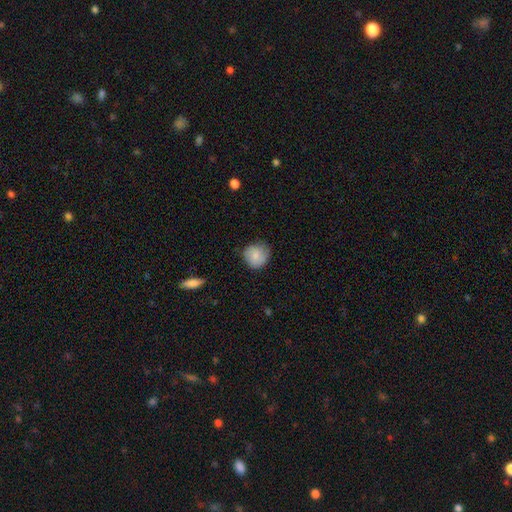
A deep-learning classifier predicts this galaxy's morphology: smooth-or-featured: smooth: 82% | featured or disk: 12% | star or artifact: 7%
  how-rounded: round: 87% | in between: 12% | cigar-shaped: 1%
  merging: none: 73% | minor disturbance: 21% | major disturbance: 4% | merger: 1%